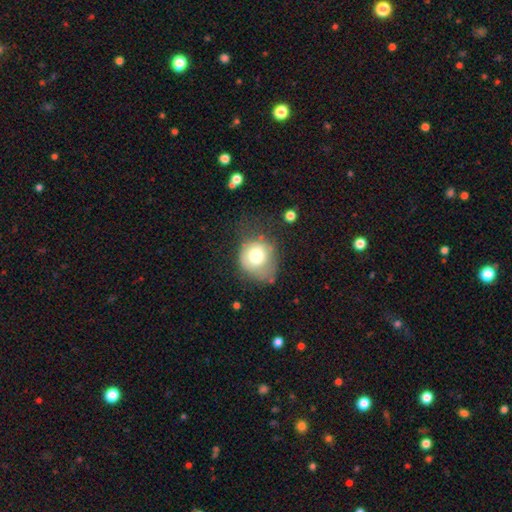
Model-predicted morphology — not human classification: smooth 73%, featured or disk 18%, star or artifact 9%. Down the decision tree: how rounded — round (74%); merging — none (39%).